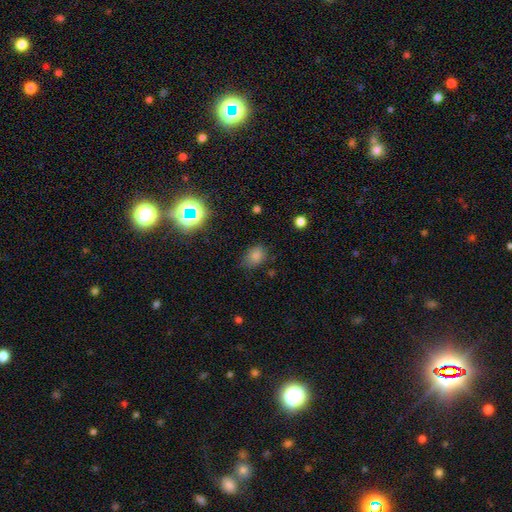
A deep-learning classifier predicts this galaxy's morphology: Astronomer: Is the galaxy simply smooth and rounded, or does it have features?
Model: smooth — 76%.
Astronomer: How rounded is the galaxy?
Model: in between — 64%.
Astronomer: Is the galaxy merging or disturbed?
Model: none — 70%.